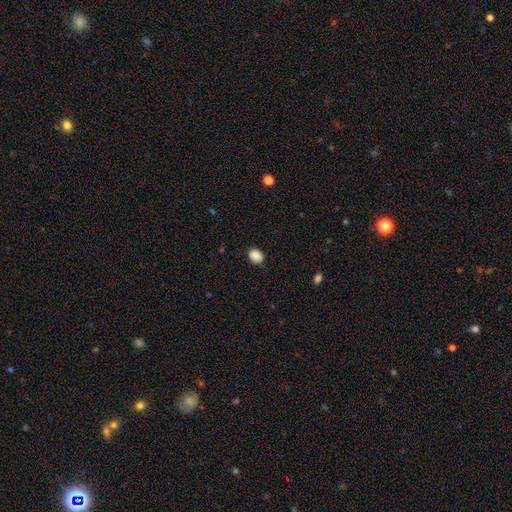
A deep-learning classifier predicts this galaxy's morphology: Q: Smooth or featured?
A: smooth (89%); runner-up: star or artifact (8%)
Q: How rounded?
A: in between (58%); runner-up: round (41%)
Q: Merging?
A: none (87%); runner-up: minor disturbance (10%)